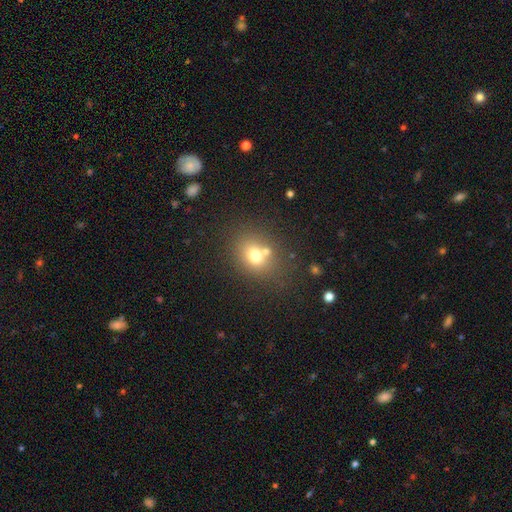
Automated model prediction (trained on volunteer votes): Smooth or featured: smooth — 69% (featured or disk — 16%)
How rounded: round — 58% (in between — 41%)
Merging: none — 57% (merger — 27%)